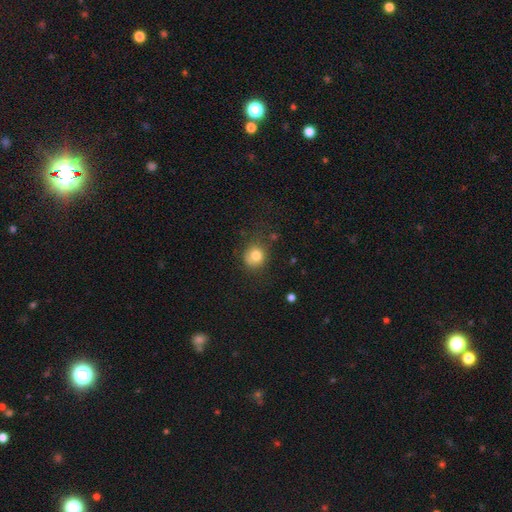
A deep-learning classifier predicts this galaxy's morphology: A smooth galaxy with no disk features (79%) that is round (83%).

Vote fractions:
- Smooth or featured? smooth: 79% / star or artifact: 11% / featured or disk: 10%
- How rounded? round: 83% / in between: 16% / cigar-shaped: 1%
- Merging? none: 69% / minor disturbance: 21% / major disturbance: 8% / merger: 3%